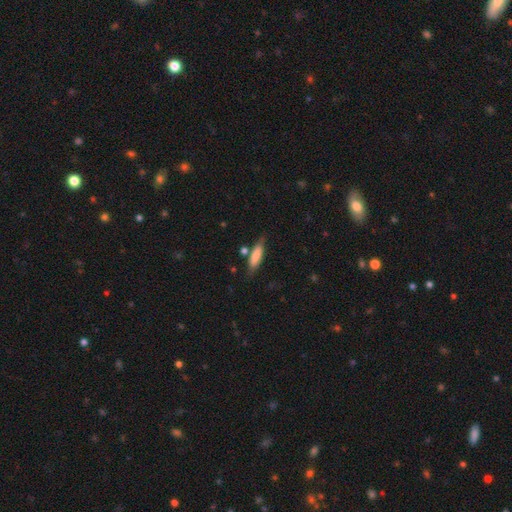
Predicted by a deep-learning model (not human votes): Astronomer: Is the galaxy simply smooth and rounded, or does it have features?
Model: smooth — 77%.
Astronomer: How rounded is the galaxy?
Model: cigar-shaped — 61% (runner-up: in between, 37%).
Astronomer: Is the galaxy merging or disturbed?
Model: none — 72%.